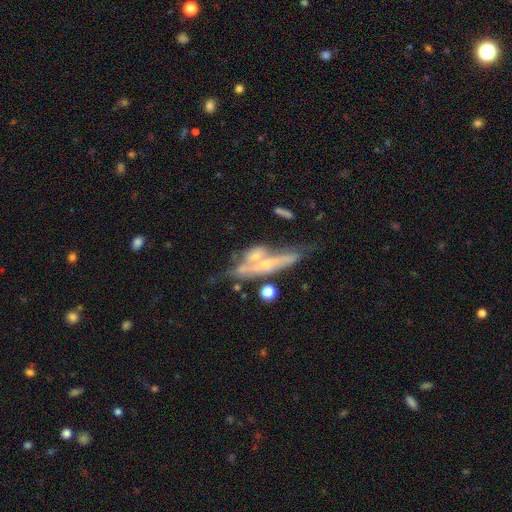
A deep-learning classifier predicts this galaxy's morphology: Smooth or featured? Predicted: featured or disk (p=0.61). Edge-on disk? Predicted: no (p=0.50, tied with yes). Merging? Predicted: merger (p=0.40).